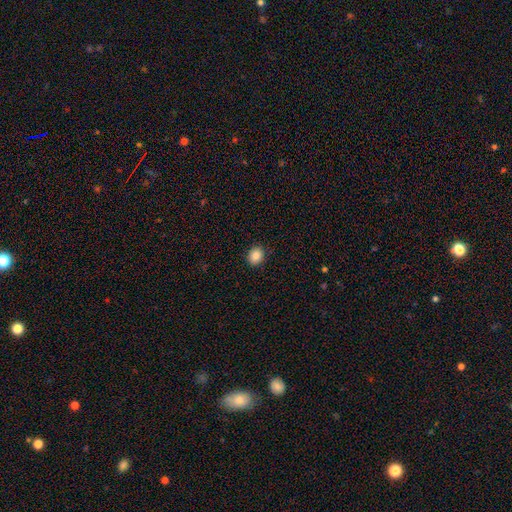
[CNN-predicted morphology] Q: Smooth or featured?
A: smooth (87%); runner-up: star or artifact (9%)
Q: How rounded?
A: round (65%); runner-up: in between (34%)
Q: Merging?
A: none (90%); runner-up: minor disturbance (7%)